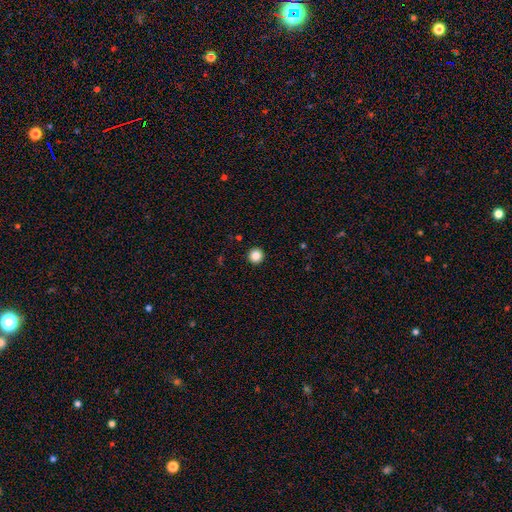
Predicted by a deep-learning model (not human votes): Smooth or featured? Predicted: smooth (p=0.85). How rounded? Predicted: round (p=0.96). Merging? Predicted: none (p=0.94).